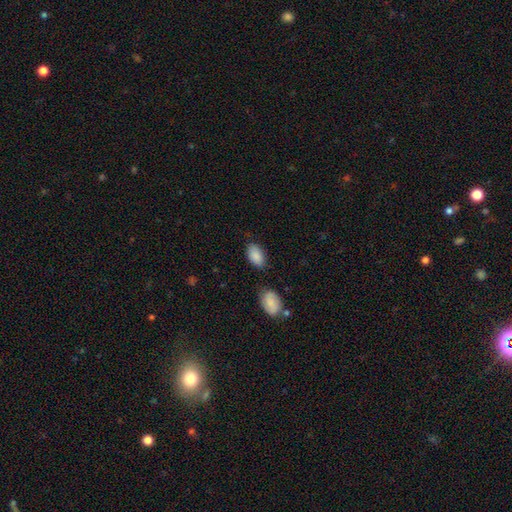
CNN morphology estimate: smooth 88%, star or artifact 7%, featured or disk 5%. Down the decision tree: how rounded — in between (94%); merging — none (75%).